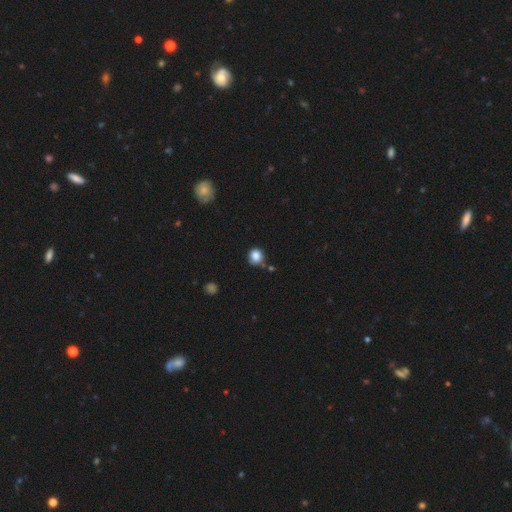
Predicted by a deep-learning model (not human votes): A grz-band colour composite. It shows a smooth galaxy with no disk features (84%) that is round (83%). Merging: none (74%).